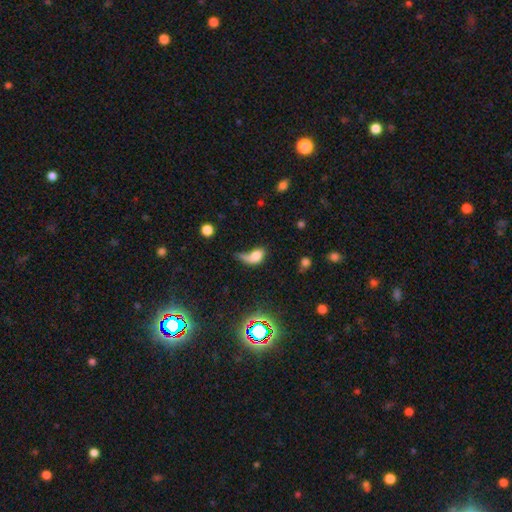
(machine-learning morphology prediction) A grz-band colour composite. It shows a smooth galaxy with no disk features (64%) that is in between round and cigar-shaped (74%). Merging: major disturbance (42%).